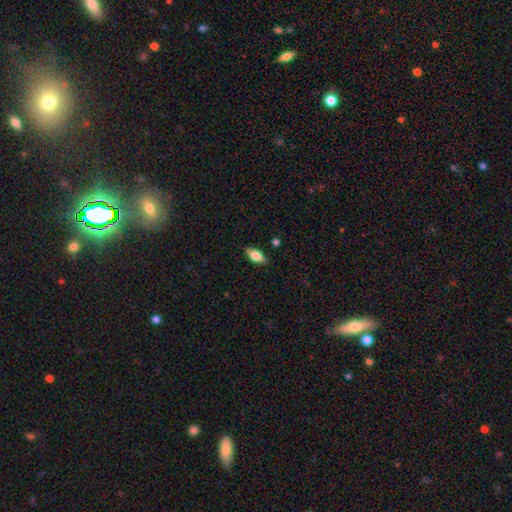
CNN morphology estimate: This is likely a smooth galaxy (68%). How rounded: clearly in between (83%). Merging: clearly none (85%).